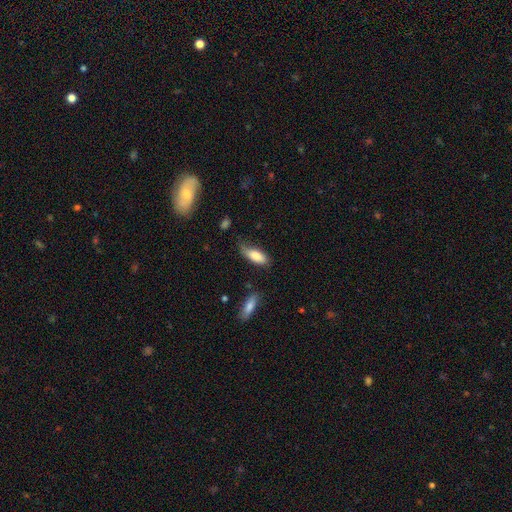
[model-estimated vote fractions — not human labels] A smooth galaxy with no disk features (81%) that is in between round and cigar-shaped (76%).

Vote fractions:
- Smooth or featured? smooth: 81% / featured or disk: 12% / star or artifact: 7%
- How rounded? in between: 76% / cigar-shaped: 22% / round: 2%
- Merging? none: 52% / minor disturbance: 35% / major disturbance: 10% / merger: 3%